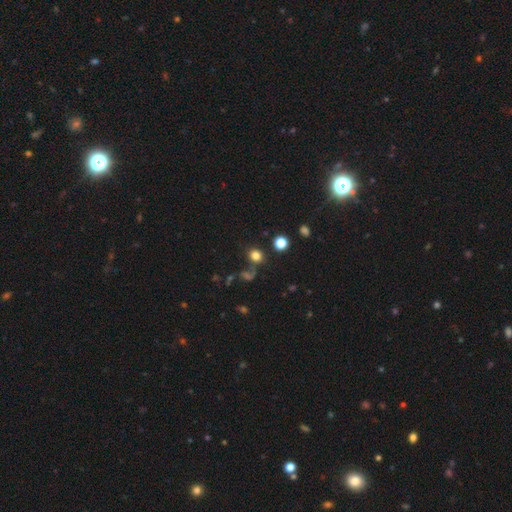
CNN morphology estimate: smooth_or_featured: smooth (p=0.77) [alt: star or artifact p=0.15]
how_rounded: round (p=0.80) [alt: in between p=0.19]
merging: none (p=0.70) [alt: merger p=0.12]